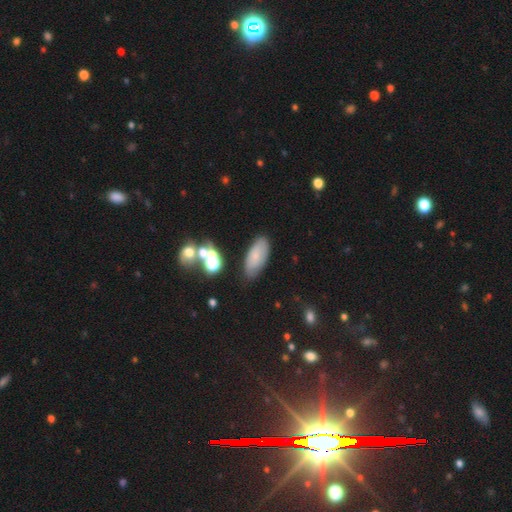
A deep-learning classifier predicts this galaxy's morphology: A smooth galaxy with no disk features (71%) that is in between round and cigar-shaped (87%). Merging: none (74%).